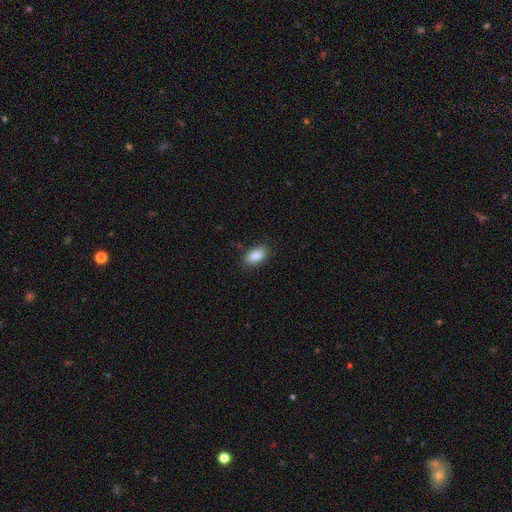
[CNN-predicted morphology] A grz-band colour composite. It shows a smooth galaxy with no disk features (89%) that is in between round and cigar-shaped (92%). Merging: none (86%).